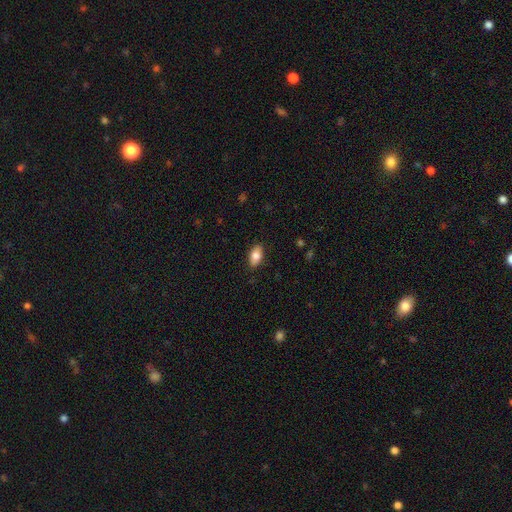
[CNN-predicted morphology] smooth 81%, featured or disk 12%, star or artifact 7%. Down the decision tree: how rounded — in between (90%); merging — none (87%).